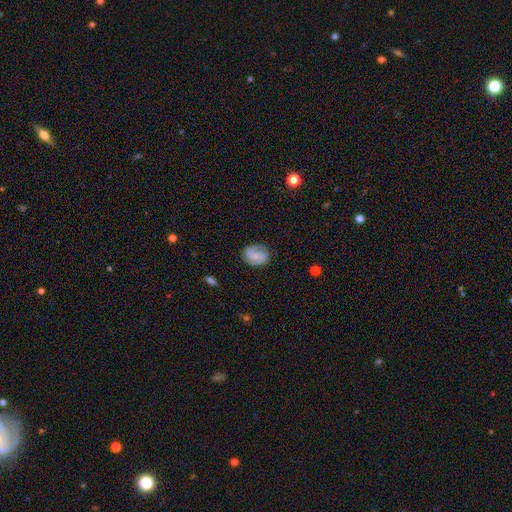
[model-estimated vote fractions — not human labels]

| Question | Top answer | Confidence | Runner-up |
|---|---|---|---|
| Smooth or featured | featured or disk | 67% | smooth (26%) |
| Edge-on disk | no | 98% | yes (2%) |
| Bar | no | 51% | weak (40%) |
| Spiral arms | yes | 93% | no (7%) |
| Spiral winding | medium | 45% | tight (38%) |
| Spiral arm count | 2 | 81% | can't tell (8%) |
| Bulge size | small | 57% | moderate (25%) |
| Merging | none | 79% | minor disturbance (15%) |